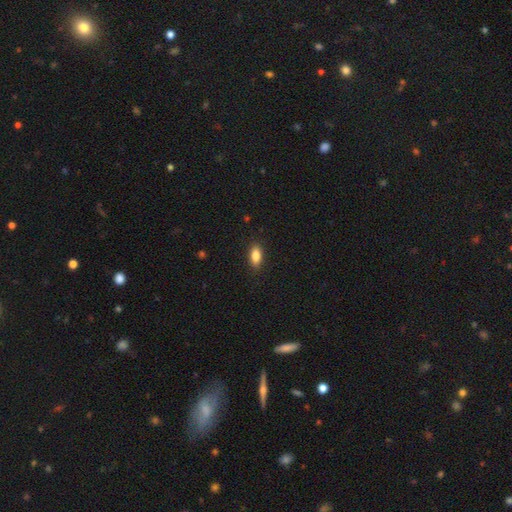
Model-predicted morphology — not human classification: A smooth galaxy with no disk features (85%) that is in between round and cigar-shaped (85%). Merging: none (88%).